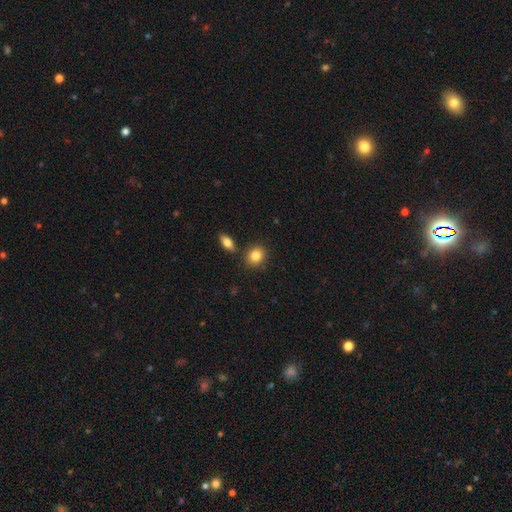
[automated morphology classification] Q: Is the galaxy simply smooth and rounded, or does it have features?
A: smooth — 85%.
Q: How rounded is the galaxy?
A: round — 63%.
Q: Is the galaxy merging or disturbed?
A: none — 80%.